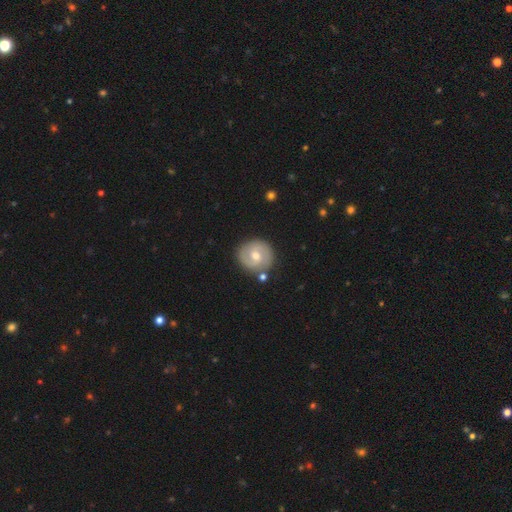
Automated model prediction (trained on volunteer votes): Smooth or featured? Predicted: featured or disk (p=0.64). Edge-on disk? Predicted: no (p=0.97). Bar? Predicted: no (p=0.46). Spiral arms? Predicted: yes (p=0.80). Bulge size? Predicted: moderate (p=0.75). Merging? Predicted: none (p=0.81).